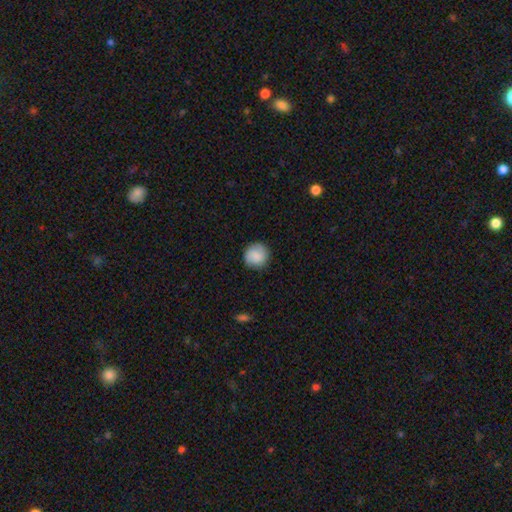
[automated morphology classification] Overall: smooth (85%). How rounded: round (93%). Merging: none (87%).